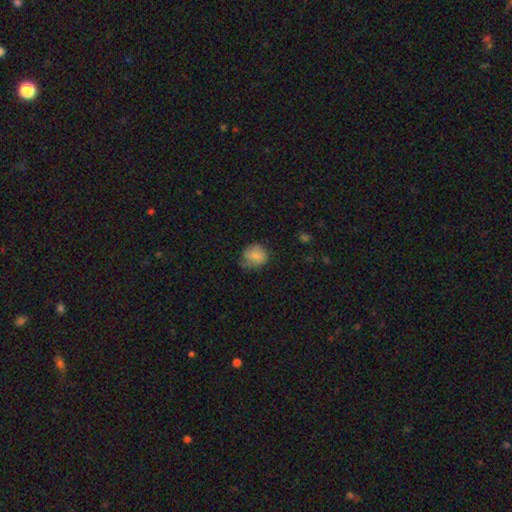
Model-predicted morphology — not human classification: Smooth or featured?
  - smooth: 79% *
  - featured or disk: 13%
  - star or artifact: 8%
How rounded?
  - round: 73% *
  - in between: 26%
  - cigar-shaped: 1%
Merging?
  - none: 54% *
  - minor disturbance: 33%
  - major disturbance: 12%
  - merger: 1%